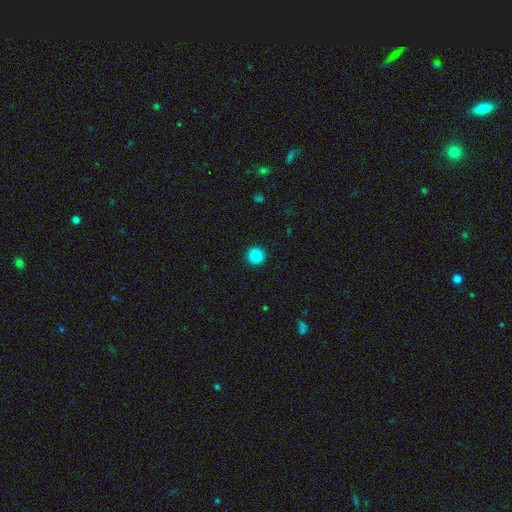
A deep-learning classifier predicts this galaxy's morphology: smooth 85%, star or artifact 10%, featured or disk 5%. Down the decision tree: how rounded — round (96%); merging — none (93%).